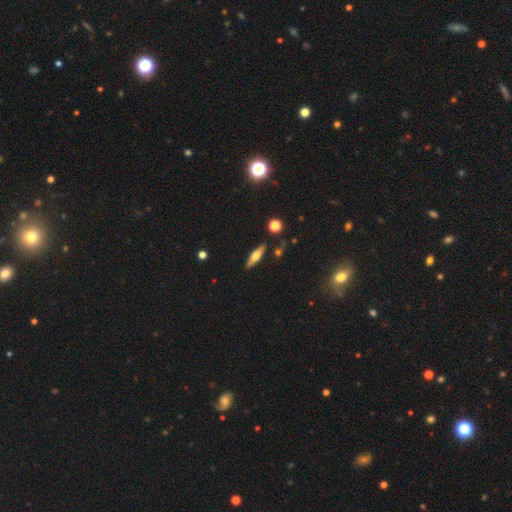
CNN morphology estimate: smooth_or_featured: featured or disk (p=0.50) [alt: smooth p=0.43]
merging: none (p=0.84) [alt: minor disturbance p=0.10]